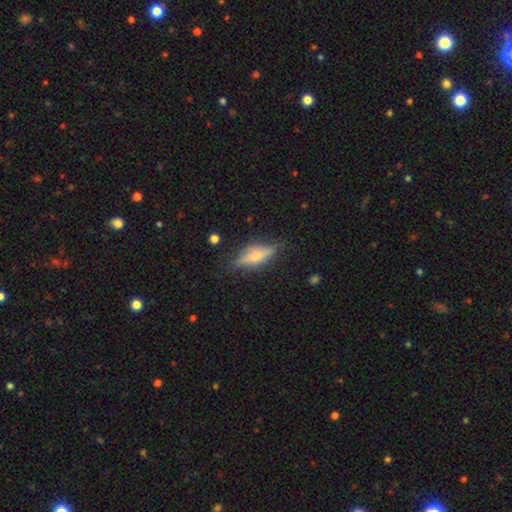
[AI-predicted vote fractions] Smooth or featured? Predicted: featured or disk (p=0.52). Edge-on disk? Predicted: yes (p=0.90). Merging? Predicted: none (p=0.78).